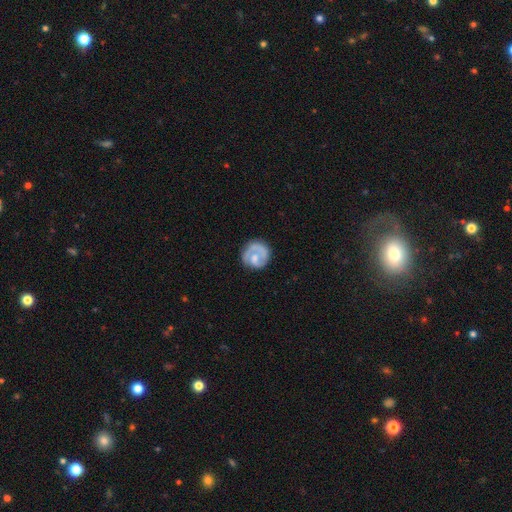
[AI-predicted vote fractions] This is likely a featured or disk galaxy (61%). It is clearly not viewed edge-on (98%). Bar: likely no (65%). Spiral arm pattern: likely yes (78%). Central bulge: possibly moderate (48%). Merging: likely none (69%).